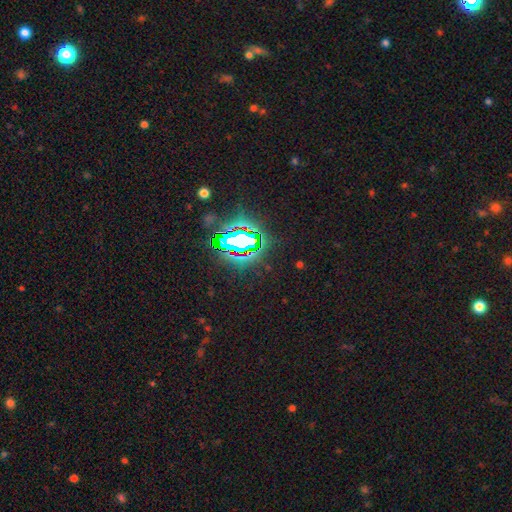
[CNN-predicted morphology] Smooth or featured? Predicted: star or artifact (p=0.82).